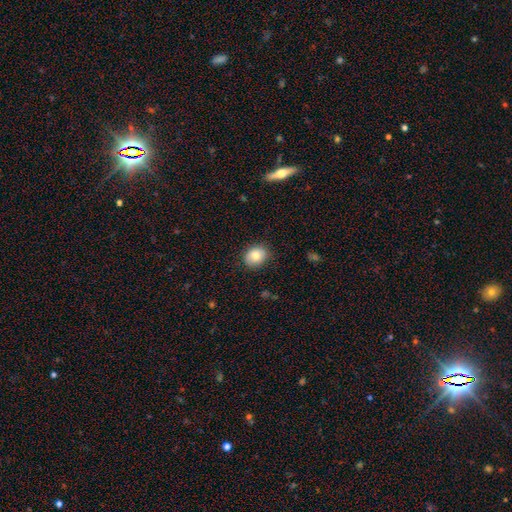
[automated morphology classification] Overall: smooth (79%). How rounded: round (52%; in between 47%). Merging: none (83%).